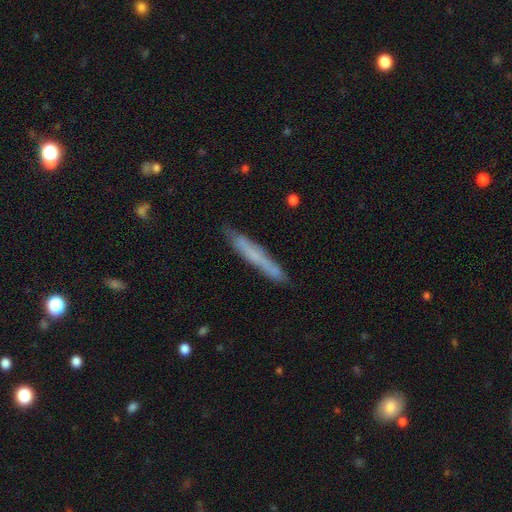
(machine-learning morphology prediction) smooth 57%, featured or disk 35%, star or artifact 7%. Down the decision tree: how rounded — cigar-shaped (96%); merging — none (82%).